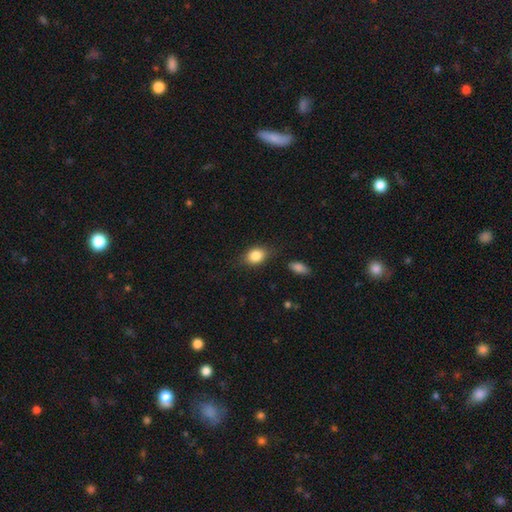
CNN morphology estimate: The model was most divided on "how rounded": in between: 64%, round: 34%, cigar-shaped: 2%. More confident: smooth or featured — smooth (83%); merging — none (76%).